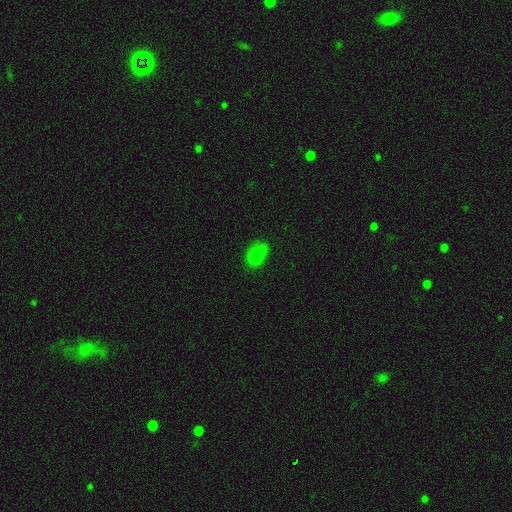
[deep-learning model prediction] Smooth or featured: smooth — 77% (star or artifact — 13%)
How rounded: in between — 71% (round — 27%)
Merging: none — 71% (minor disturbance — 22%)